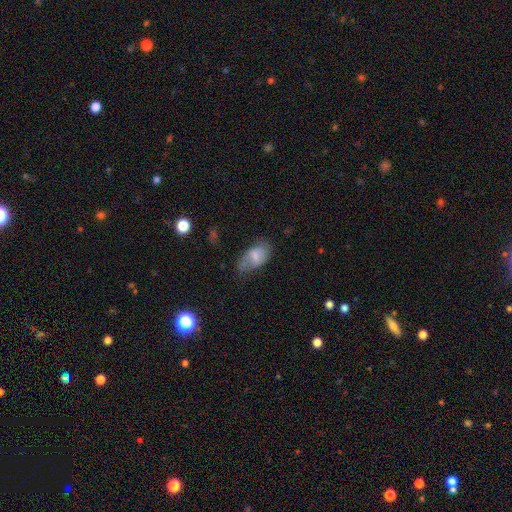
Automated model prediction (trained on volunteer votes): This appears to be a smooth galaxy with no disk features (63%) that is in between round and cigar-shaped (93%). Merging: none (45%).